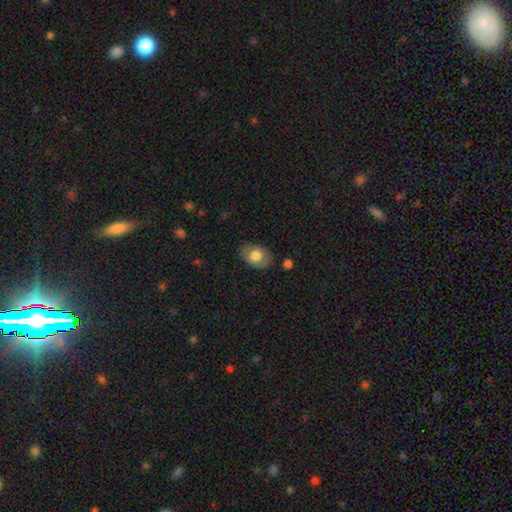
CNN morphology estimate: Smooth or featured: smooth — 71% (featured or disk — 22%)
How rounded: in between — 83% (round — 16%)
Merging: none — 81% (minor disturbance — 14%)